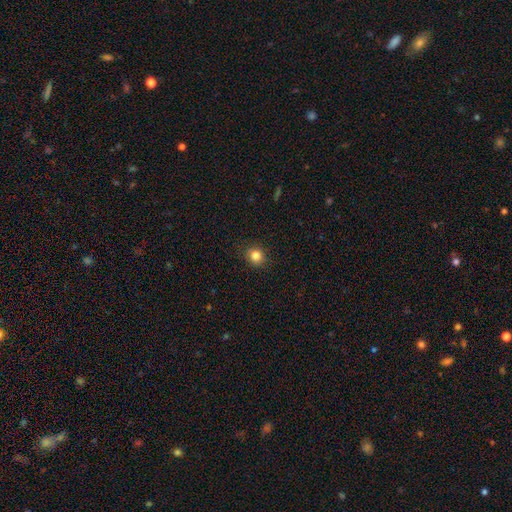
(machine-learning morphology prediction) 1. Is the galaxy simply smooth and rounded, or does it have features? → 83% smooth, 12% star or artifact, 5% featured or disk.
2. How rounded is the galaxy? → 86% round, 13% in between, 1% cigar-shaped.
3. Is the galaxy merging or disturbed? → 89% none, 8% minor disturbance, 2% major disturbance, 1% merger.